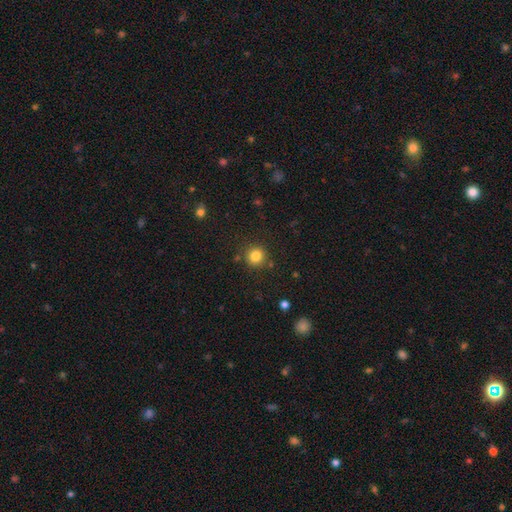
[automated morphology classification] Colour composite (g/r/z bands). It shows a smooth galaxy with no disk features (82%) that is round (93%). Merging: none (86%).